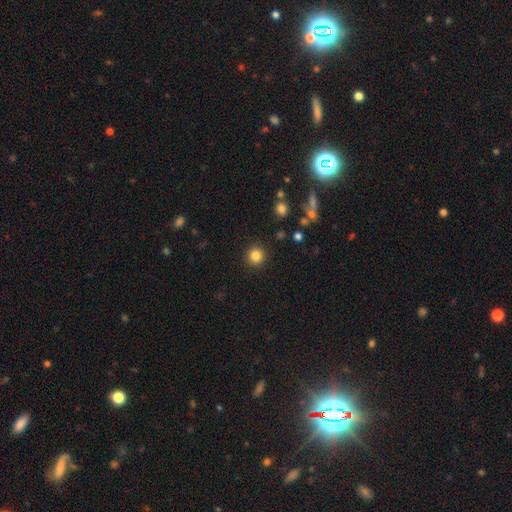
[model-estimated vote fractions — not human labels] smooth 84%, star or artifact 11%, featured or disk 5%. Down the decision tree: how rounded — round (93%); merging — none (91%).